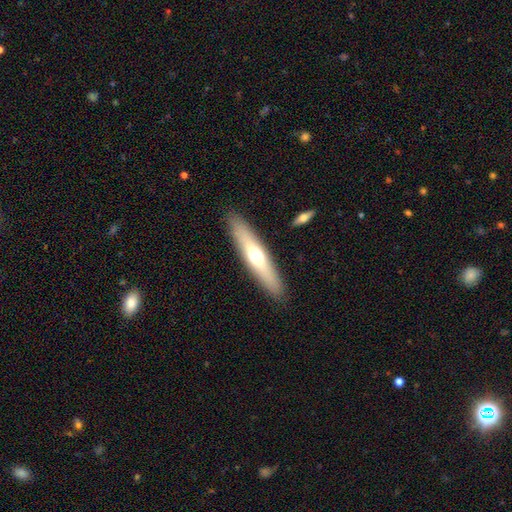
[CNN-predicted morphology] Smooth or featured: smooth — 50% (featured or disk — 44%)
Merging: none — 89% (minor disturbance — 7%)